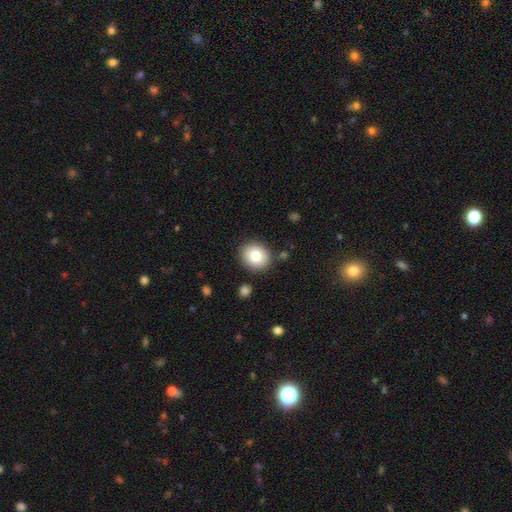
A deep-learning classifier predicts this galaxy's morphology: The model was most divided on "how rounded": round: 75%, in between: 24%, cigar-shaped: 1%. More confident: merging — none (86%); smooth or featured — smooth (78%).